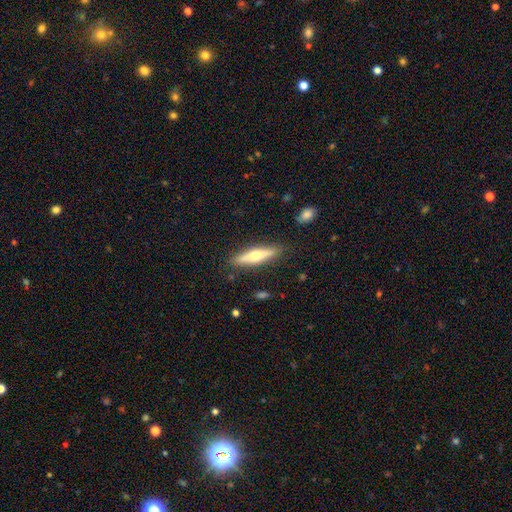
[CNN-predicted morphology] Smooth or featured? featured or disk (53%)
Edge-on disk? yes (92%)
Merging? none (87%)